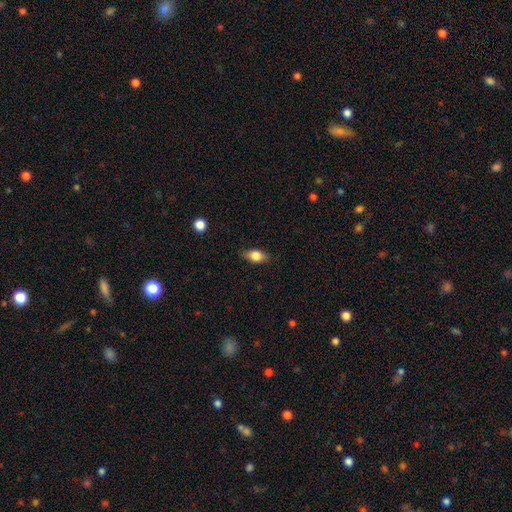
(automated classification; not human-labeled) smooth_or_featured: smooth (p=0.75) [alt: featured or disk p=0.17]
how_rounded: in between (p=0.79) [alt: round p=0.14]
merging: none (p=0.82) [alt: minor disturbance p=0.14]